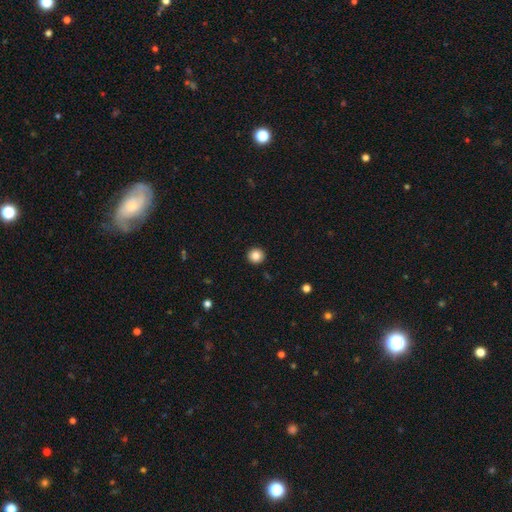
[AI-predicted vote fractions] smooth-or-featured: smooth: 84% | star or artifact: 10% | featured or disk: 6%
  how-rounded: round: 95% | in between: 4% | cigar-shaped: 1%
  merging: none: 93% | minor disturbance: 4% | major disturbance: 1% | merger: 1%